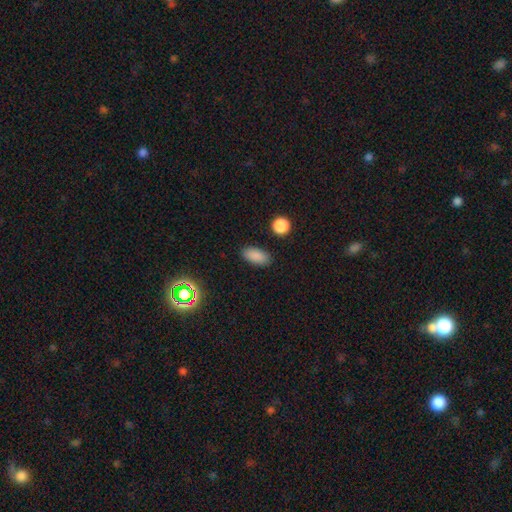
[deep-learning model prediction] Smooth or featured? smooth (86%)
How rounded? in between (90%)
Merging? none (88%)